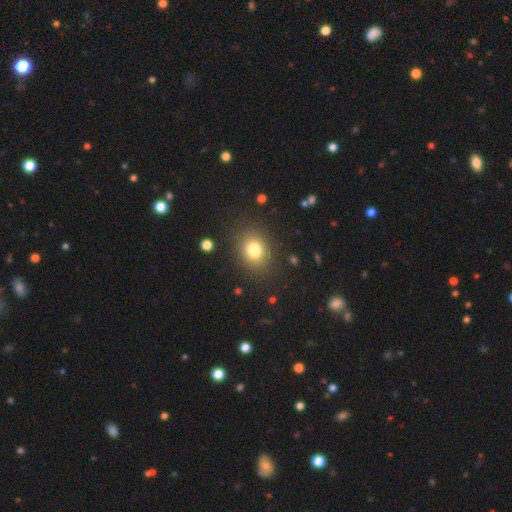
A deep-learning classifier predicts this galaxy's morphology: Q: Smooth or featured?
A: smooth (64%); runner-up: star or artifact (29%)
Q: How rounded?
A: round (66%); runner-up: in between (32%)
Q: Merging?
A: none (89%); runner-up: minor disturbance (7%)